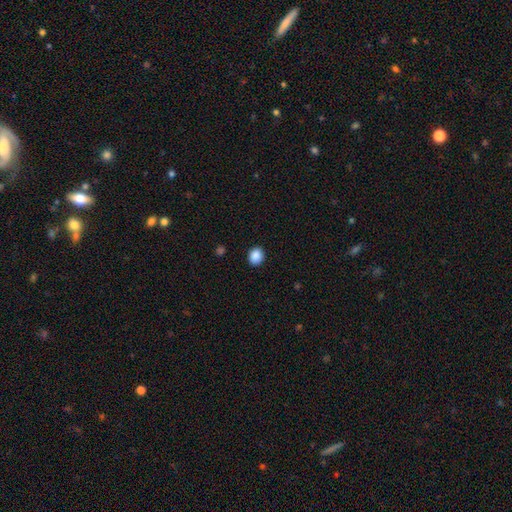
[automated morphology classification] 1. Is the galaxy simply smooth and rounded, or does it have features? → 88% smooth, 9% star or artifact, 3% featured or disk.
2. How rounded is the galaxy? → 65% round, 34% in between, 1% cigar-shaped.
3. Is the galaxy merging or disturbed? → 90% none, 7% minor disturbance, 2% major disturbance, 1% merger.